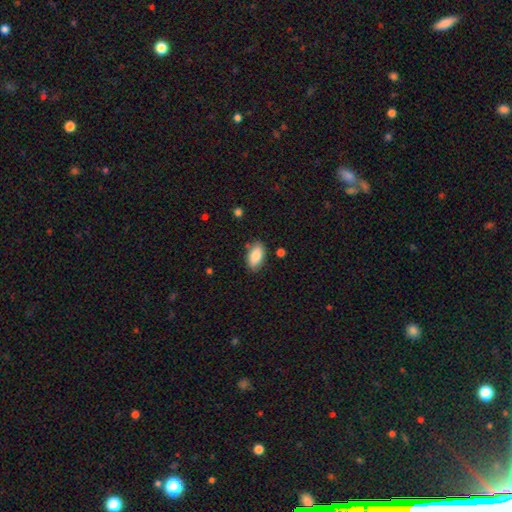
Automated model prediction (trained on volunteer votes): Overall: smooth (87%). How rounded: in between (93%). Merging: none (83%).